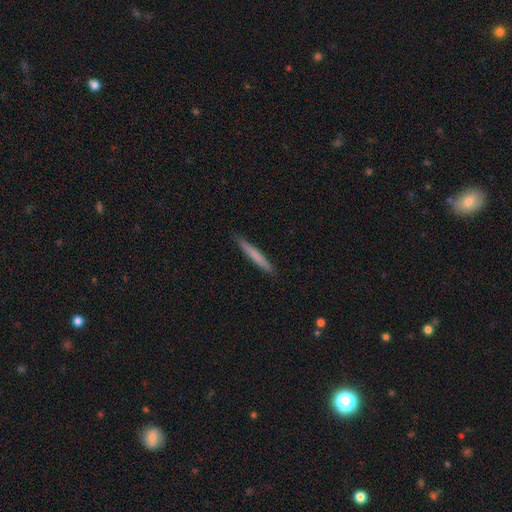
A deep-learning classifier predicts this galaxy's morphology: Smooth or featured?
  - smooth: 71% *
  - featured or disk: 24%
  - star or artifact: 6%
How rounded?
  - cigar-shaped: 97% *
  - in between: 2%
  - round: 1%
Merging?
  - none: 90% *
  - minor disturbance: 8%
  - major disturbance: 1%
  - merger: 1%